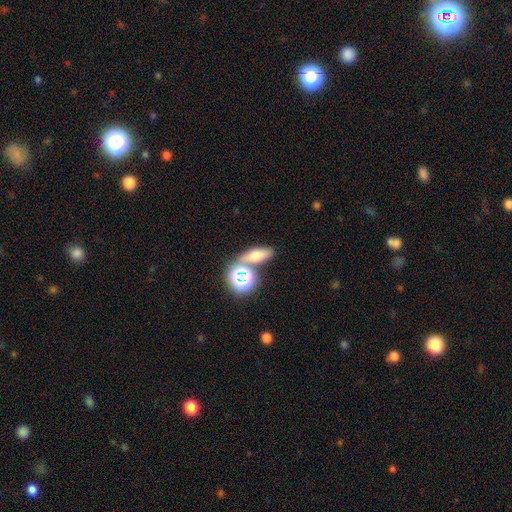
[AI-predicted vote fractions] Q: Smooth or featured?
A: smooth (59%); runner-up: star or artifact (21%)
Q: How rounded?
A: in between (54%); runner-up: cigar-shaped (23%)
Q: Merging?
A: none (59%); runner-up: merger (25%)